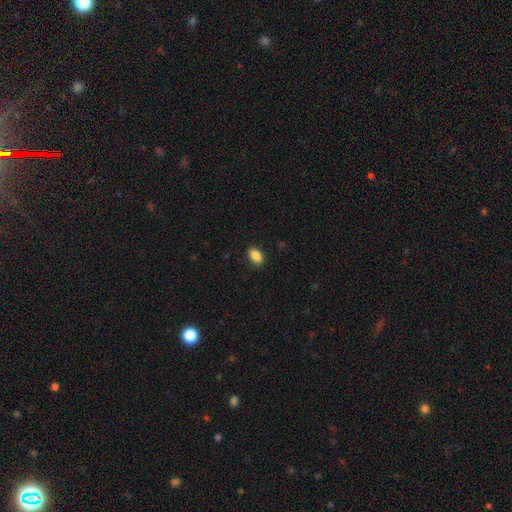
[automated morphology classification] Smooth or featured?
  - smooth: 88% *
  - star or artifact: 8%
  - featured or disk: 4%
How rounded?
  - in between: 90% *
  - round: 8%
  - cigar-shaped: 2%
Merging?
  - none: 88% *
  - minor disturbance: 9%
  - major disturbance: 2%
  - merger: 1%